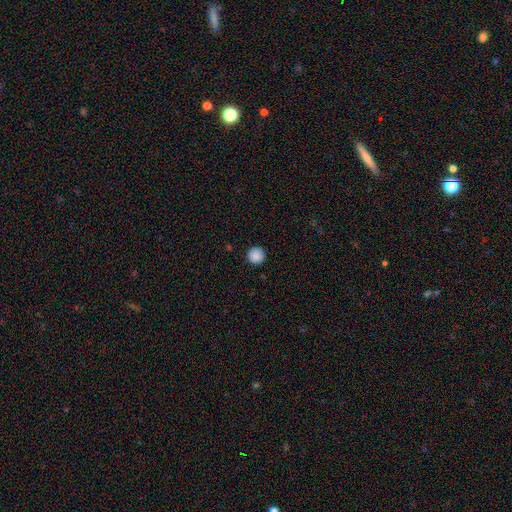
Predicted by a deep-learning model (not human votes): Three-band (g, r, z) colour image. It shows a smooth galaxy with no disk features (88%) that is round (96%). Merging: none (92%).